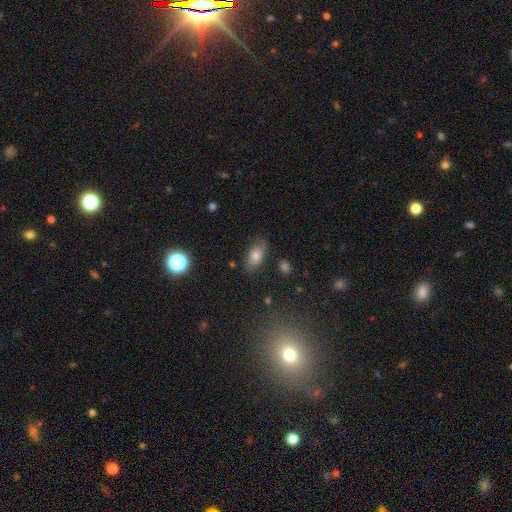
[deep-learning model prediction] This is likely a smooth galaxy (77%). How rounded: clearly in between (86%). Merging: clearly none (83%).